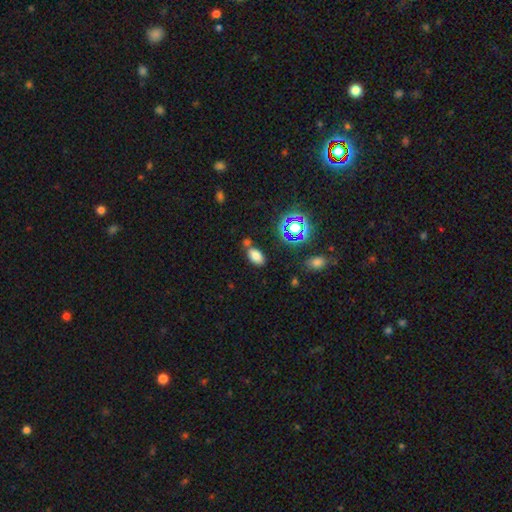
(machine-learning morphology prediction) Smooth or featured: smooth — 75% (star or artifact — 18%)
How rounded: in between — 90% (round — 8%)
Merging: none — 69% (merger — 14%)